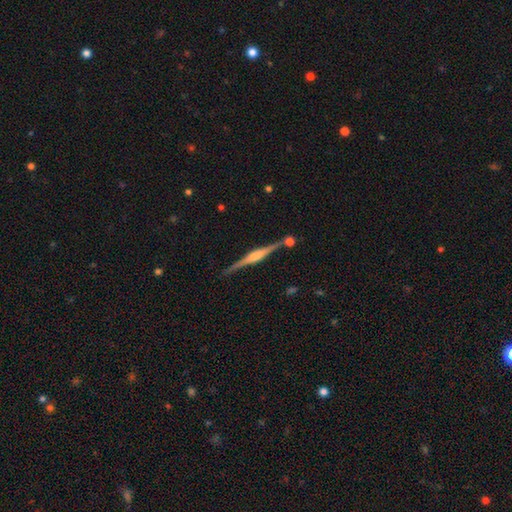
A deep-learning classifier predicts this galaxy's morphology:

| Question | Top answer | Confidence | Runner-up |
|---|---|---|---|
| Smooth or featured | featured or disk | 83% | smooth (11%) |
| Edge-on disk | yes | 98% | no (2%) |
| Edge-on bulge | rounded | 66% | boxy (28%) |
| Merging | none | 84% | minor disturbance (9%) |